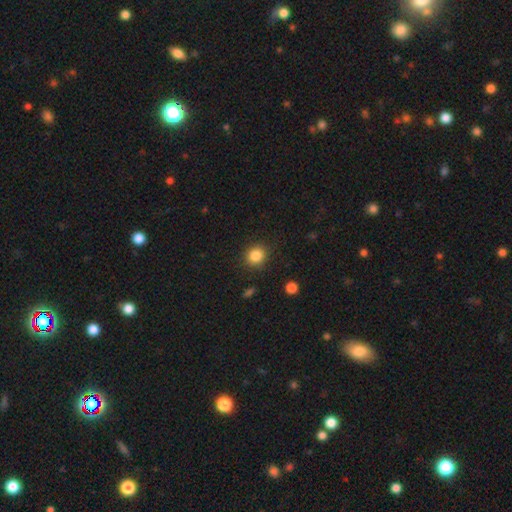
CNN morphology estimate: This is clearly a smooth galaxy (85%). How rounded: likely round (79%). Merging: clearly none (88%).